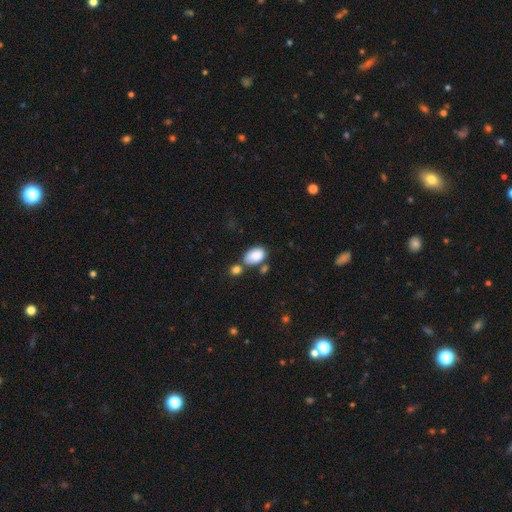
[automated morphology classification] smooth 86%, star or artifact 7%, featured or disk 7%. Down the decision tree: how rounded — in between (91%); merging — none (53%).